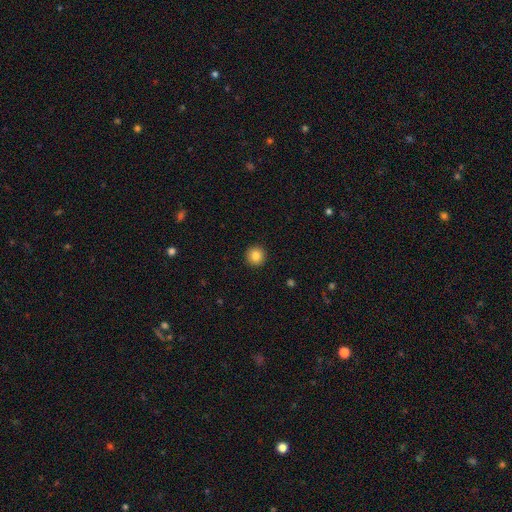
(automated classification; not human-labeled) This is clearly a smooth galaxy (84%). How rounded: clearly round (95%). Merging: clearly none (93%).